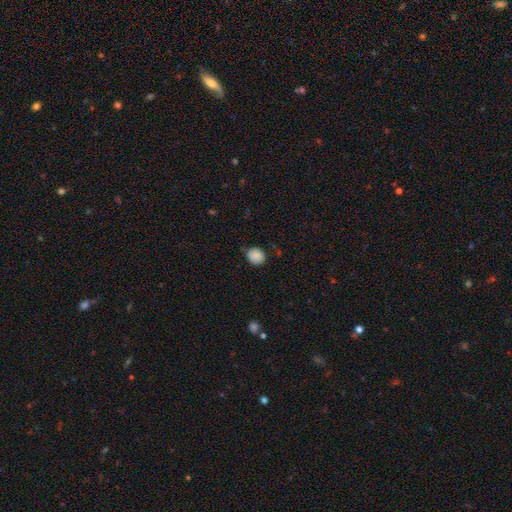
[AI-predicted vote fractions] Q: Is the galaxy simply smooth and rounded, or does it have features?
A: smooth — 87%.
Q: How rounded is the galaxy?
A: round — 65%.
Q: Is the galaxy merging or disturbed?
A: none — 74%.